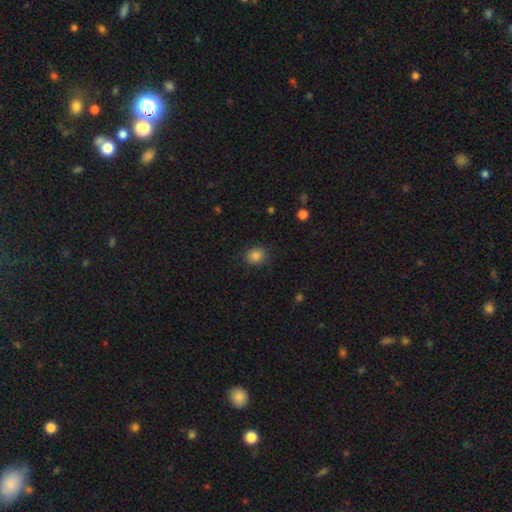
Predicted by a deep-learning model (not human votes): Smooth or featured? smooth (85%)
How rounded? round (67%)
Merging? none (86%)